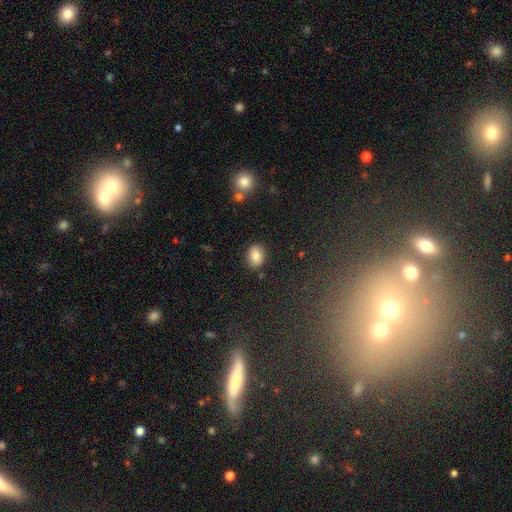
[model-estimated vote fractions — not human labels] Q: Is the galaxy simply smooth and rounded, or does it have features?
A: smooth — 84%.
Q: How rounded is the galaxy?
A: in between — 68%.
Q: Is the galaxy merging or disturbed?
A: none — 85%.